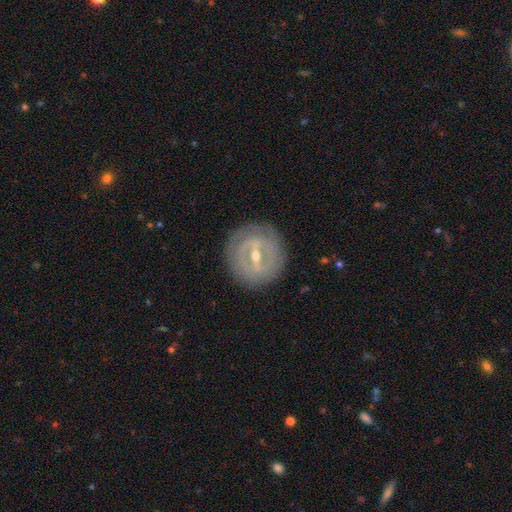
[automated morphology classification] The model was most divided on "bulge size": moderate: 50%, small: 46%, large: 2%, none: 1%, dominant: 1%. More confident: edge-on disk — no (91%); merging — none (83%); smooth or featured — featured or disk (80%); bar — strong (61%); spiral arms — yes (61%).